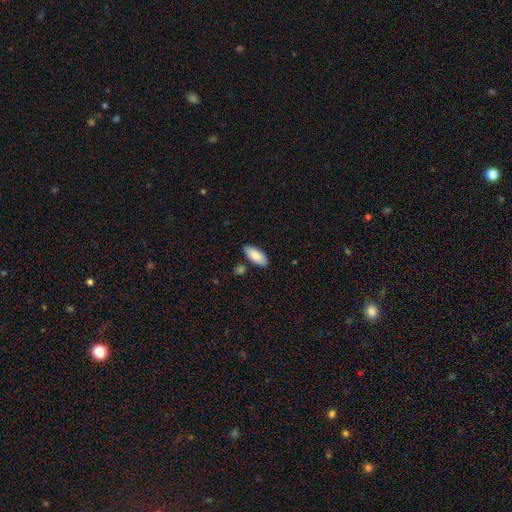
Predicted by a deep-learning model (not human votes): A smooth galaxy with no disk features (85%) that is in between round and cigar-shaped (89%). Merging: none (81%).